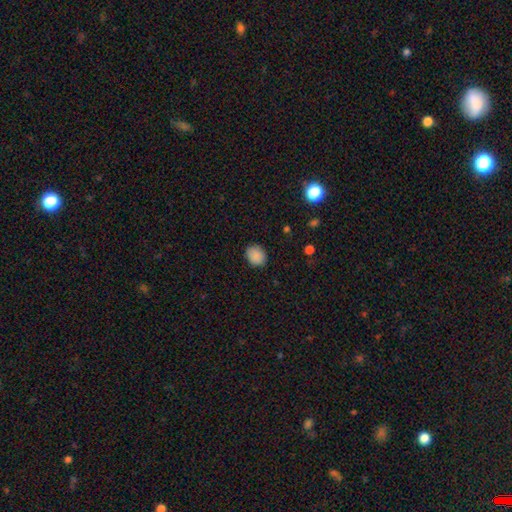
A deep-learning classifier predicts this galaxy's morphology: smooth 88%, star or artifact 9%, featured or disk 3%. Down the decision tree: how rounded — round (56%); merging — none (86%).